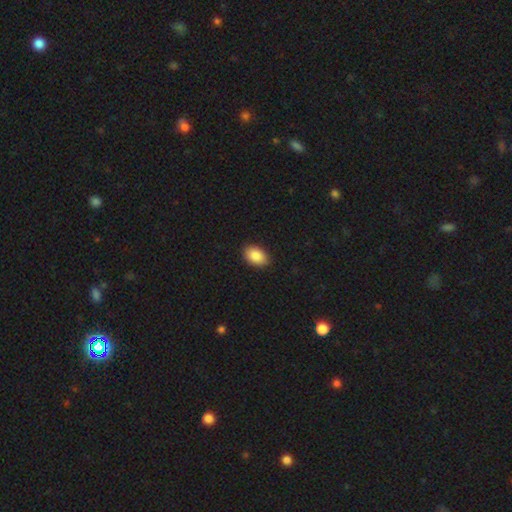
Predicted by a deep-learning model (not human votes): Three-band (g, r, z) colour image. It shows a smooth galaxy with no disk features (88%) that is in between round and cigar-shaped (86%). Merging: none (89%).